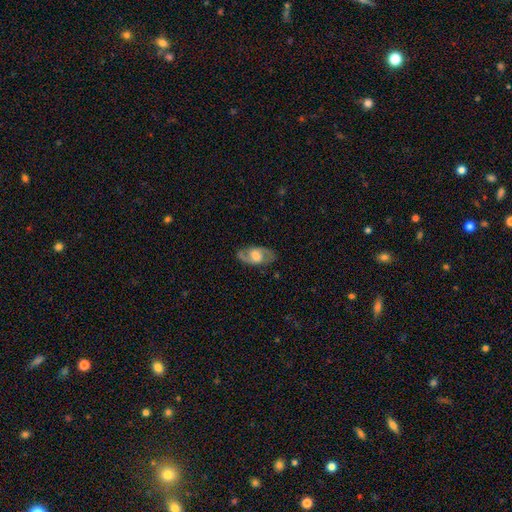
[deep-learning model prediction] A featured or disk galaxy (73%) with a weak bar (44%), 2 (88%) medium (52%) spiral arms (87%) and a large central bulge (42%). Merging: none (82%).